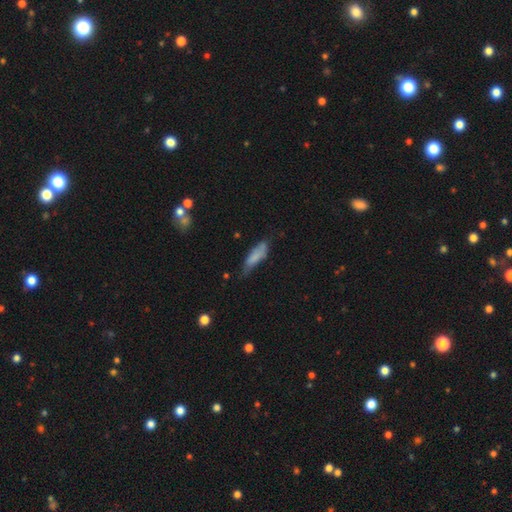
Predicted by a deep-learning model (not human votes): Q: Smooth or featured?
A: smooth (75%); runner-up: featured or disk (17%)
Q: How rounded?
A: cigar-shaped (50%); runner-up: in between (48%)
Q: Merging?
A: none (41%); runner-up: minor disturbance (40%)